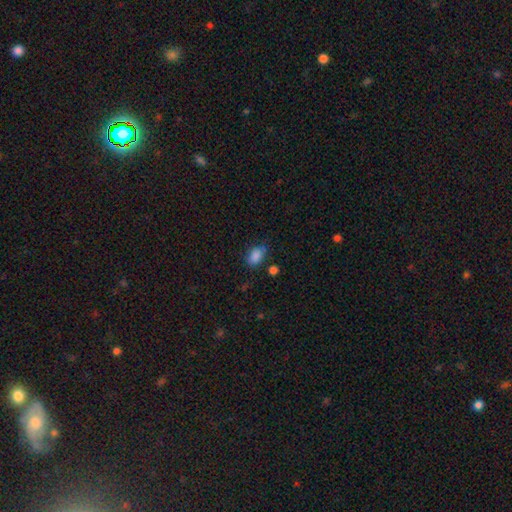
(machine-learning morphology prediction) smooth_or_featured: smooth (p=0.86) [alt: star or artifact p=0.10]
how_rounded: in between (p=0.81) [alt: round p=0.17]
merging: none (p=0.68) [alt: minor disturbance p=0.22]